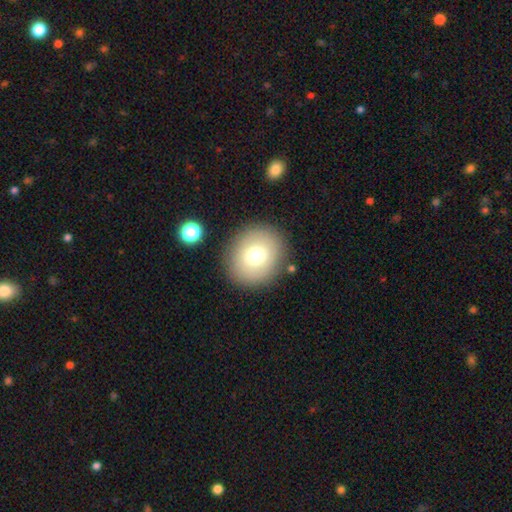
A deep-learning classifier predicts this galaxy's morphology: This appears to be a smooth galaxy with no disk features (75%) that is round (76%). Merging: none (86%).